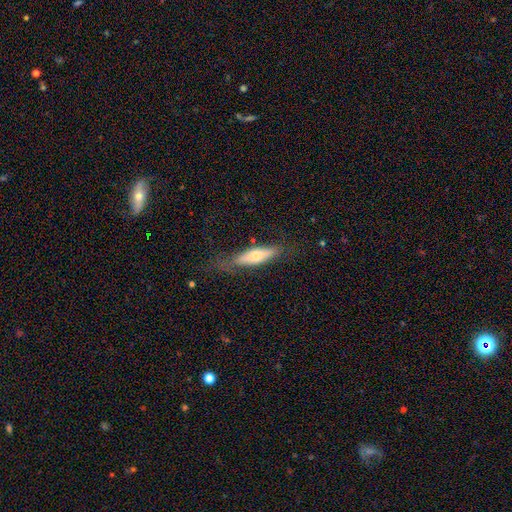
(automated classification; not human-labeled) Smooth or featured? Predicted: smooth (p=0.62). How rounded? Predicted: cigar-shaped (p=0.55). Merging? Predicted: none (p=0.69).